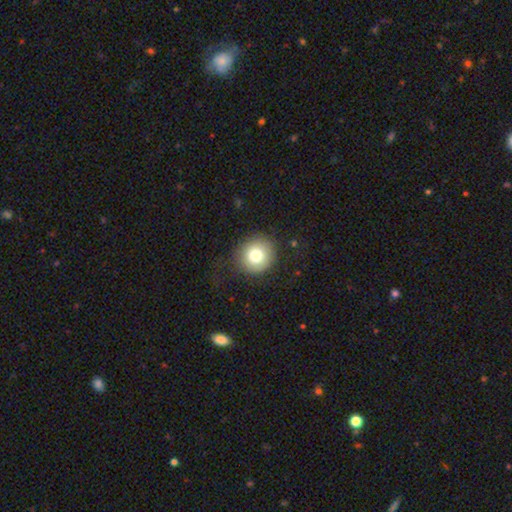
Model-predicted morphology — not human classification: Smooth or featured?
  - smooth: 78% *
  - featured or disk: 12%
  - star or artifact: 10%
How rounded?
  - round: 90% *
  - in between: 9%
  - cigar-shaped: 1%
Merging?
  - none: 81% *
  - minor disturbance: 12%
  - major disturbance: 6%
  - merger: 1%